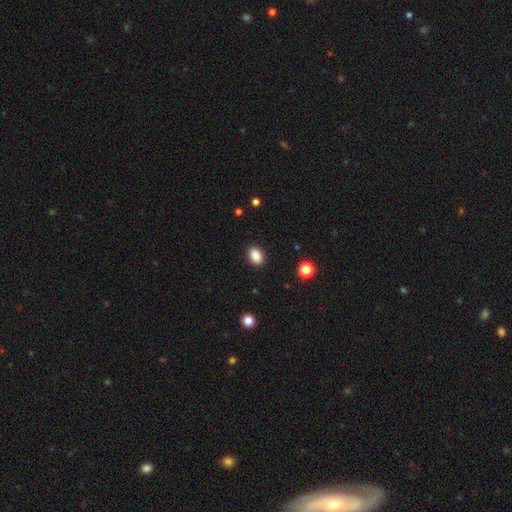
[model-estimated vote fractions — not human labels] Q: Smooth or featured?
A: smooth (88%); runner-up: star or artifact (9%)
Q: How rounded?
A: in between (77%); runner-up: round (22%)
Q: Merging?
A: none (90%); runner-up: minor disturbance (7%)